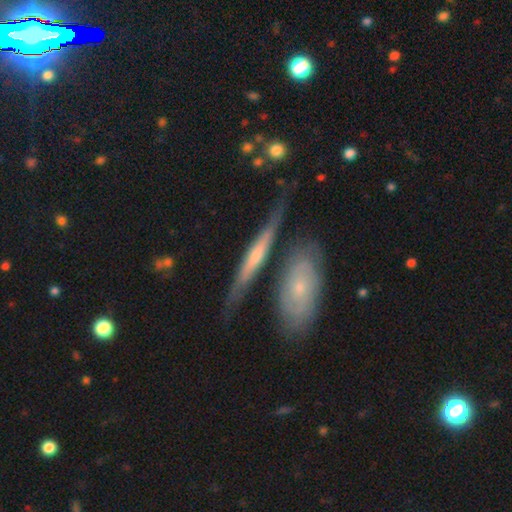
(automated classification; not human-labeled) Q: Smooth or featured?
A: featured or disk (67%); runner-up: smooth (27%)
Q: Edge-on disk?
A: yes (83%); runner-up: no (17%)
Q: Edge-on bulge?
A: rounded (46%); runner-up: none (39%)
Q: Merging?
A: none (69%); runner-up: minor disturbance (17%)